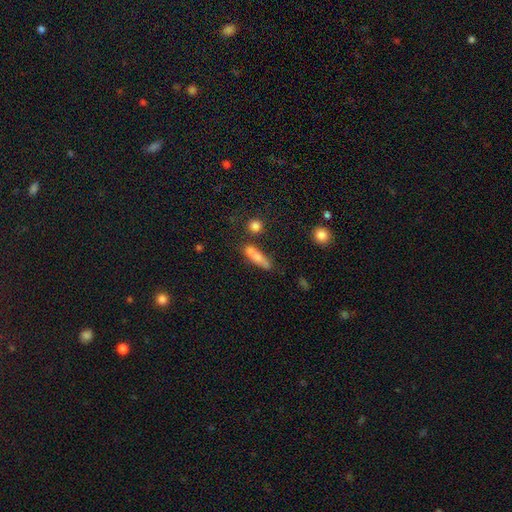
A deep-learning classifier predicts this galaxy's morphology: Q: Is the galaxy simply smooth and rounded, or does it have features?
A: smooth — 72%.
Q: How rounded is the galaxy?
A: cigar-shaped — 72%.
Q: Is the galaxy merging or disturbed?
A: none — 64%.